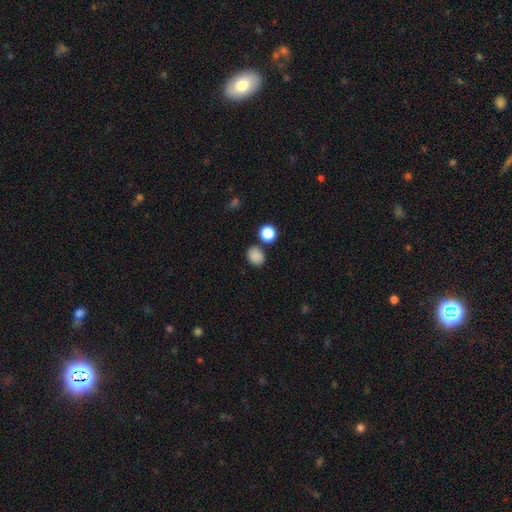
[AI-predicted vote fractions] Smooth or featured: smooth — 85% (star or artifact — 11%)
How rounded: round — 58% (in between — 41%)
Merging: none — 77% (minor disturbance — 11%)